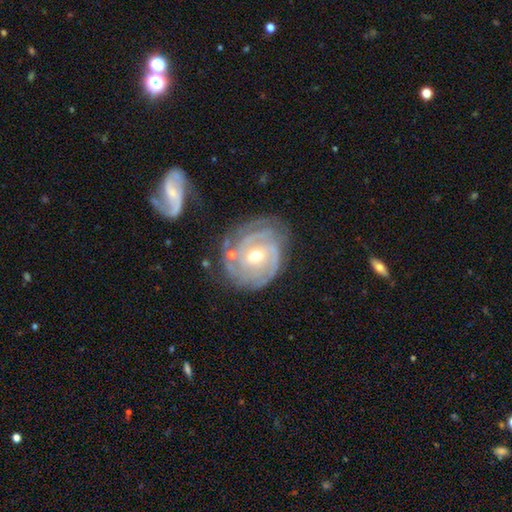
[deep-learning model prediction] smooth-or-featured: featured or disk: 86% | smooth: 9% | star or artifact: 5%
  disk-edge-on: no: 97% | yes: 3%
    bar: no: 55% | weak: 35% | strong: 10%
    has-spiral-arms: yes: 94% | no: 6%
      spiral-winding: tight: 75% | medium: 20% | loose: 5%
      spiral-arm-count: can't tell: 30% | 3: 26% | 2: 23% | 4: 10% | 1: 6% | more than 4: 6%
    bulge-size: moderate: 63% | small: 33% | large: 2% | none: 1% | dominant: 1%
  merging: none: 69% | minor disturbance: 20% | major disturbance: 7% | merger: 3%